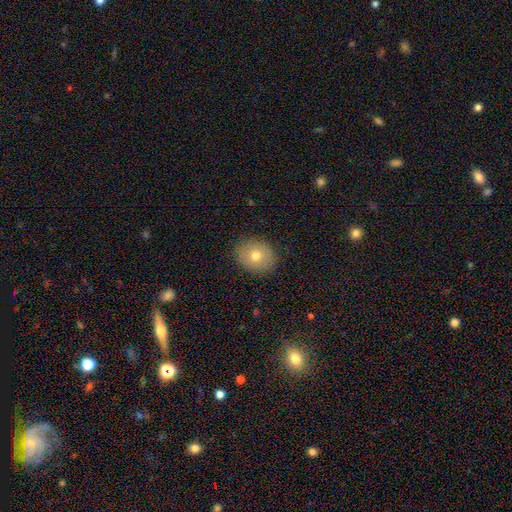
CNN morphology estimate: This is likely a smooth galaxy (72%). How rounded: possibly in between (50%). Merging: clearly none (88%).